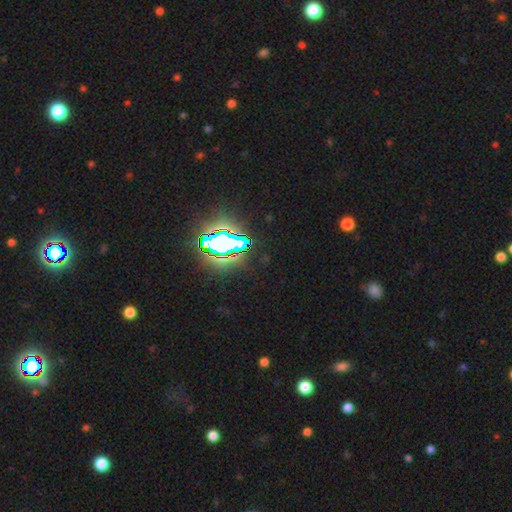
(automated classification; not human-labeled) The model was most divided on "smooth or featured": star or artifact: 80%, smooth: 12%, featured or disk: 8%.